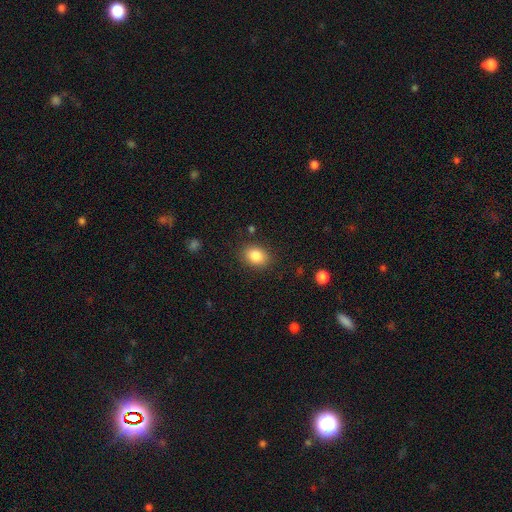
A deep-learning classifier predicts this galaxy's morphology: Smooth or featured: smooth — 85% (star or artifact — 9%)
How rounded: in between — 62% (round — 37%)
Merging: none — 86% (minor disturbance — 10%)